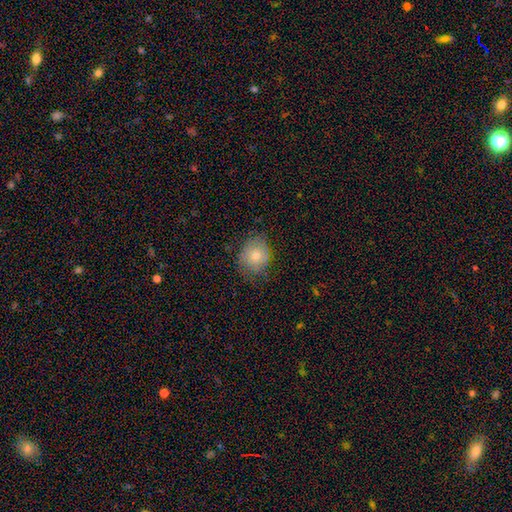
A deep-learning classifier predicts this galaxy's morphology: smooth_or_featured: smooth (p=0.65) [alt: featured or disk p=0.24]
how_rounded: round (p=0.68) [alt: in between p=0.31]
merging: none (p=0.70) [alt: minor disturbance p=0.22]